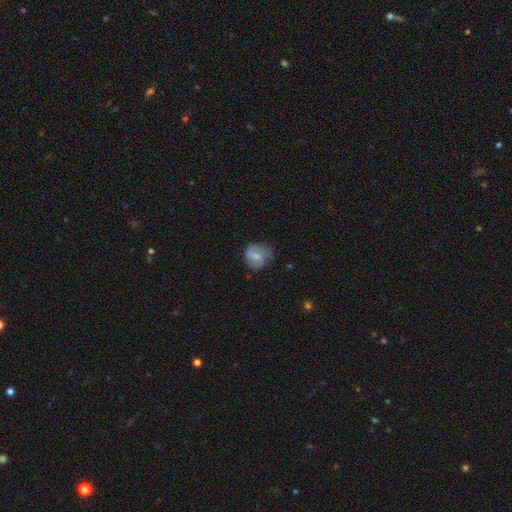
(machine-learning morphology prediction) Smooth or featured?
  - smooth: 52% *
  - featured or disk: 40%
  - star or artifact: 7%
How rounded?
  - round: 70% *
  - in between: 28%
  - cigar-shaped: 1%
Merging?
  - none: 57% *
  - minor disturbance: 29%
  - major disturbance: 12%
  - merger: 2%